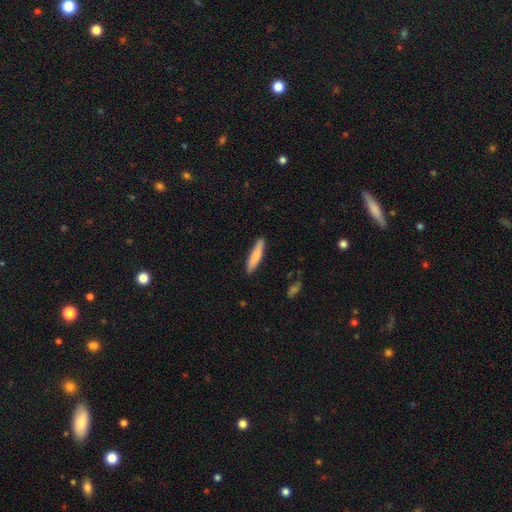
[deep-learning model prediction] This appears to be a smooth galaxy with no disk features (74%) that is cigar-shaped (87%). Merging: none (88%).